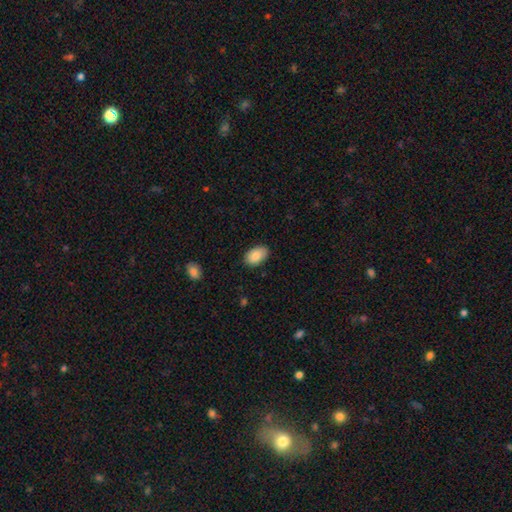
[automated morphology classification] A smooth galaxy with no disk features (87%) that is in between round and cigar-shaped (92%).

Vote fractions:
- Smooth or featured? smooth: 87% / star or artifact: 7% / featured or disk: 6%
- How rounded? in between: 92% / round: 7% / cigar-shaped: 1%
- Merging? none: 83% / minor disturbance: 13% / major disturbance: 2% / merger: 1%